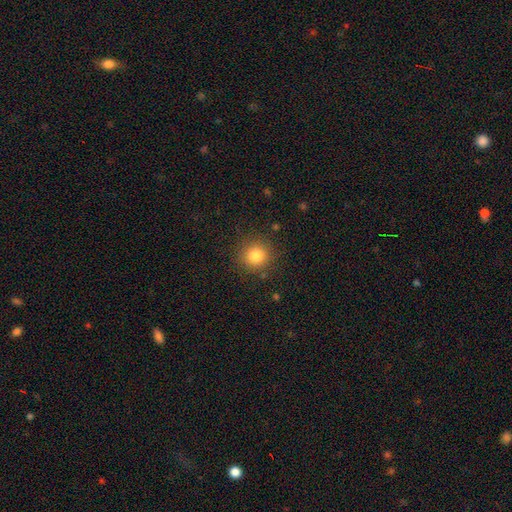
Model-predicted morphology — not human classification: Smooth or featured?
  - smooth: 82% *
  - star or artifact: 12%
  - featured or disk: 6%
How rounded?
  - round: 92% *
  - in between: 7%
  - cigar-shaped: 1%
Merging?
  - none: 88% *
  - minor disturbance: 8%
  - major disturbance: 3%
  - merger: 1%